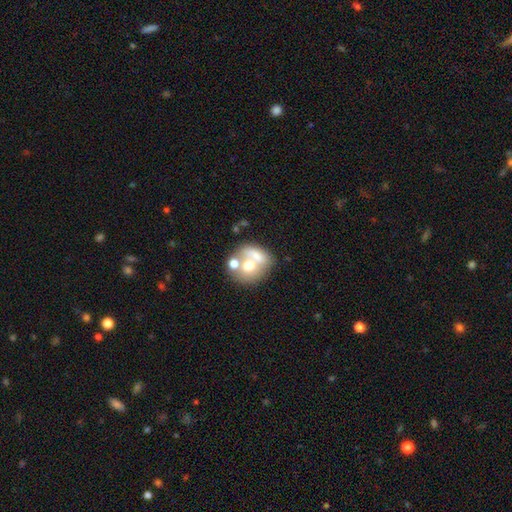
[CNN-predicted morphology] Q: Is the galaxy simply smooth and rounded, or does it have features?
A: smooth — 55%.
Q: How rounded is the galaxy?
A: round — 69%.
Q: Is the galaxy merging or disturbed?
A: merger — 48%.